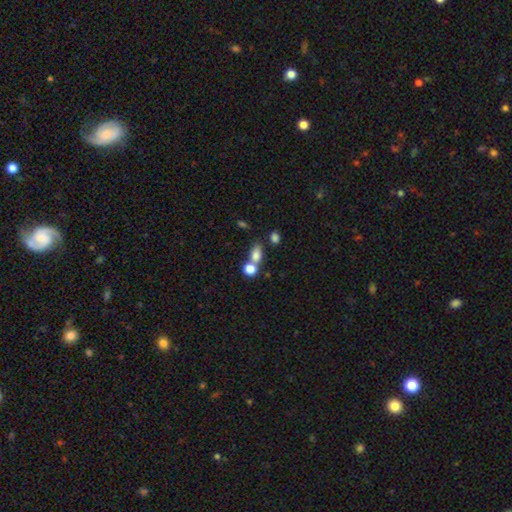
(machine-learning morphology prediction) smooth 79%, star or artifact 12%, featured or disk 9%. Down the decision tree: how rounded — in between (66%); merging — none (44%).